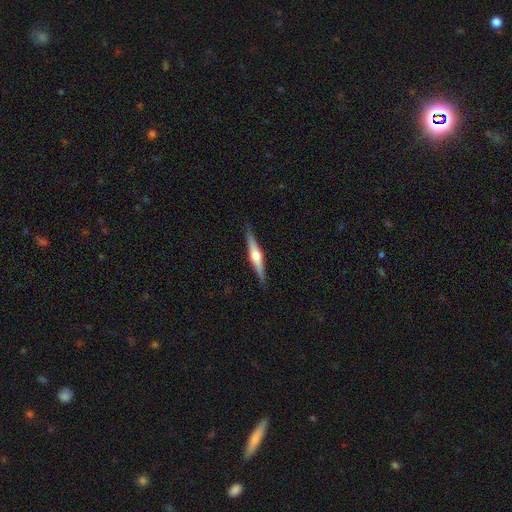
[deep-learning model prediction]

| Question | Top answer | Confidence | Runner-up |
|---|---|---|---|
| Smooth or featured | featured or disk | 70% | smooth (25%) |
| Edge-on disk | yes | 98% | no (2%) |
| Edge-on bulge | rounded | 91% | boxy (6%) |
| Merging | none | 89% | minor disturbance (8%) |